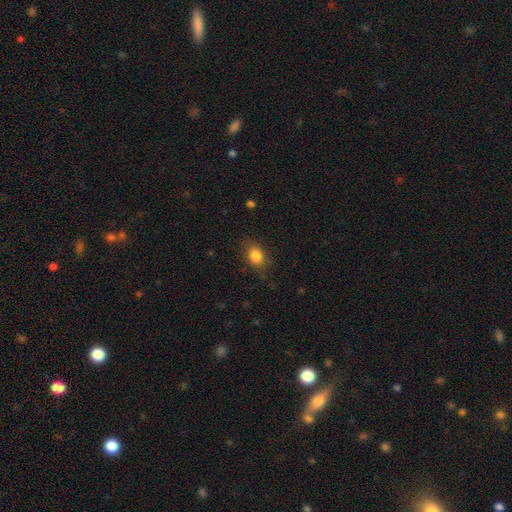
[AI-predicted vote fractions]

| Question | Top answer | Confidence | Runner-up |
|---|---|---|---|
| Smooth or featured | smooth | 84% | star or artifact (9%) |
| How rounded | in between | 71% | round (28%) |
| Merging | none | 79% | minor disturbance (15%) |